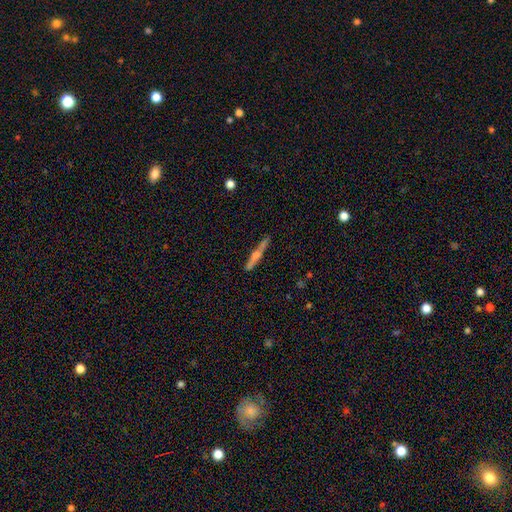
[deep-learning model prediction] This appears to be a featured or disk galaxy (67%) viewed edge-on (97%) with a rounded central bulge (83%). Merging: none (88%).